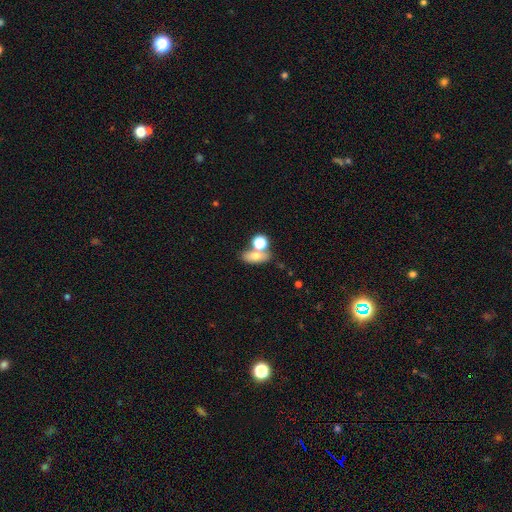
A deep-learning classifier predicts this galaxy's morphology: Smooth or featured: smooth — 70% (featured or disk — 16%)
How rounded: in between — 69% (round — 21%)
Merging: none — 49% (merger — 32%)